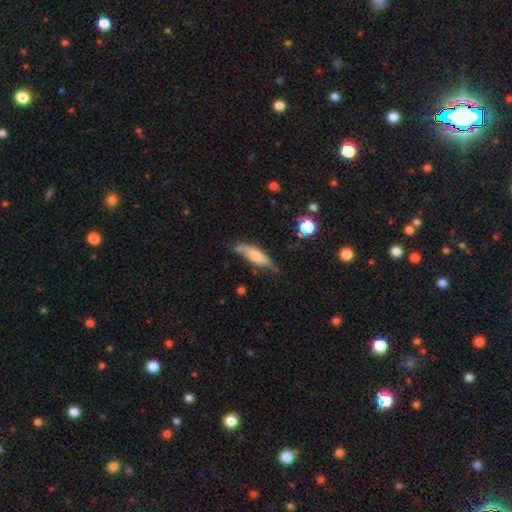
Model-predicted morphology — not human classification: Overall: smooth (65%; featured or disk 29%). How rounded: in between (55%; cigar-shaped 43%). Merging: none (56%; minor disturbance 31%).